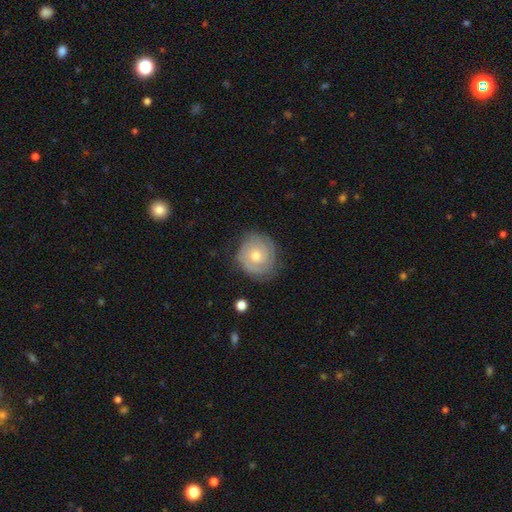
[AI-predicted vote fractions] The model was most divided on "spiral arm count": 2: 43%, can't tell: 27%, 3: 16%, 1: 5%, 4: 4%, more than 4: 4%. More confident: edge-on disk — no (98%); spiral arms — yes (92%); merging — none (77%); bar — no (77%); spiral winding — tight (77%); smooth or featured — featured or disk (74%); bulge size — moderate (63%).